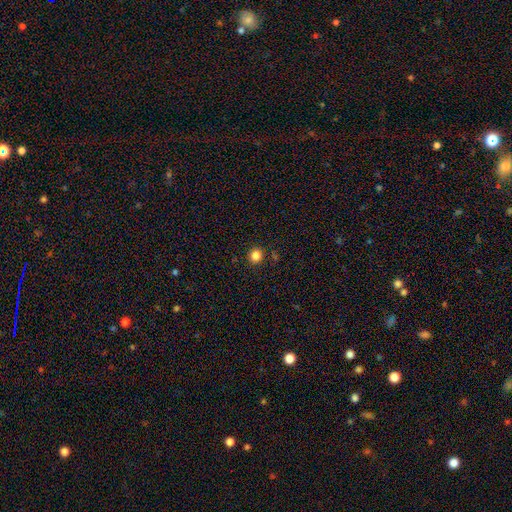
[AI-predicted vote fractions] Smooth or featured? smooth (84%)
How rounded? round (88%)
Merging? none (89%)